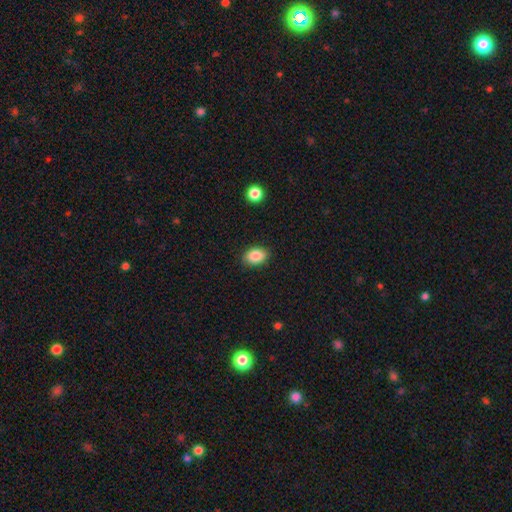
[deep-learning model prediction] smooth 87%, star or artifact 8%, featured or disk 5%. Down the decision tree: how rounded — in between (84%); merging — none (87%).